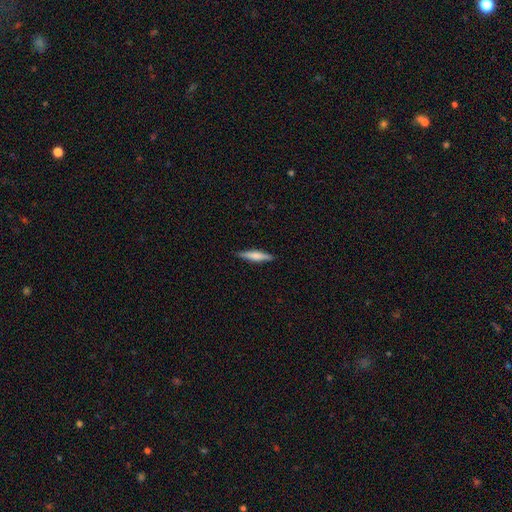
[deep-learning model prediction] smooth-or-featured: smooth: 60% | featured or disk: 34% | star or artifact: 6%
  how-rounded: cigar-shaped: 88% | in between: 11% | round: 2%
  merging: none: 90% | minor disturbance: 7% | major disturbance: 2% | merger: 1%